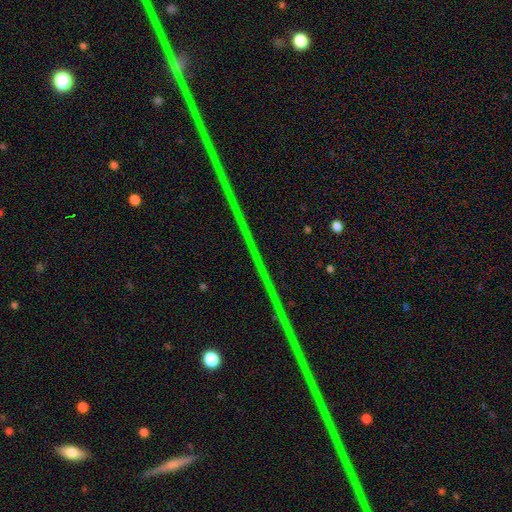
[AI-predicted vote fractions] The model was most divided on "smooth or featured": star or artifact: 87%, featured or disk: 8%, smooth: 5%.